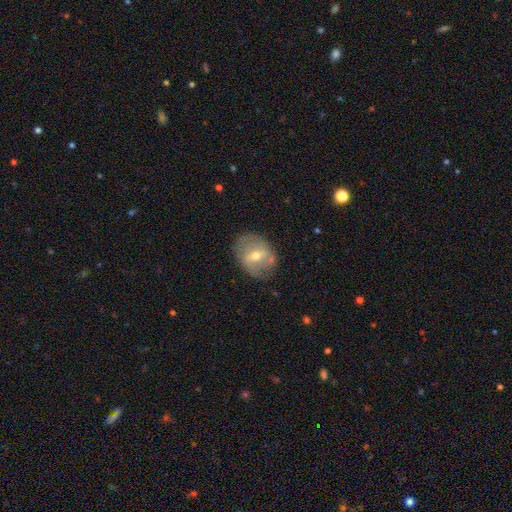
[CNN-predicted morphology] Smooth or featured? Predicted: featured or disk (p=0.59). Edge-on disk? Predicted: no (p=0.94). Bar? Predicted: weak (p=0.48). Spiral arms? Predicted: yes (p=0.53). Bulge size? Predicted: moderate (p=0.65). Merging? Predicted: none (p=0.70).